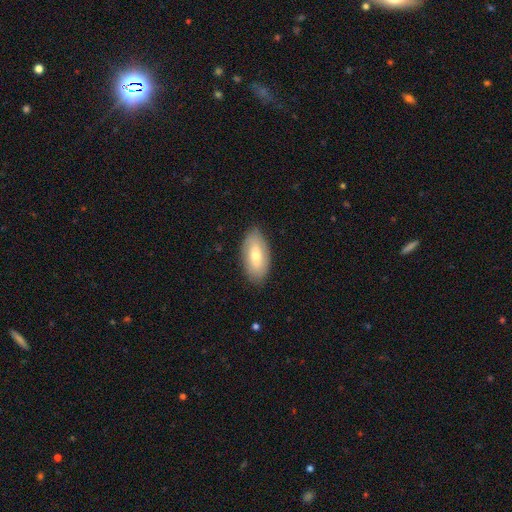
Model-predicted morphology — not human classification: smooth_or_featured: smooth (p=0.68) [alt: featured or disk p=0.26]
how_rounded: in between (p=0.93) [alt: cigar-shaped p=0.04]
merging: none (p=0.85) [alt: minor disturbance p=0.12]